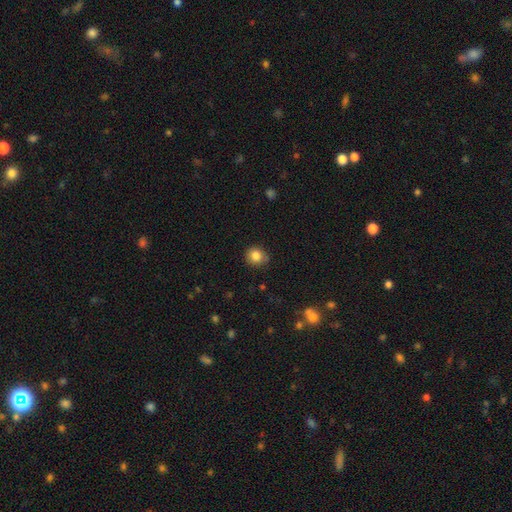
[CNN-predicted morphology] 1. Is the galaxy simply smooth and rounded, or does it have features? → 84% smooth, 10% star or artifact, 6% featured or disk.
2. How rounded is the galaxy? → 85% round, 14% in between, 1% cigar-shaped.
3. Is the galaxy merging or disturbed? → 81% none, 15% minor disturbance, 3% major disturbance, 2% merger.